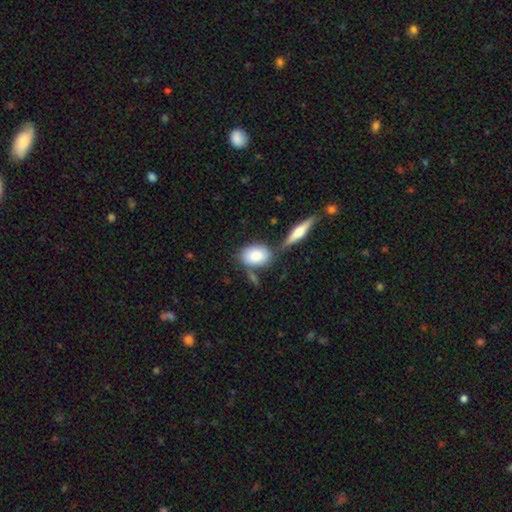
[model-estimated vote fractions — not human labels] The model was most divided on "merging": none: 57%, merger: 21%, minor disturbance: 16%, major disturbance: 5%. More confident: smooth or featured — smooth (82%); how rounded — in between (82%).